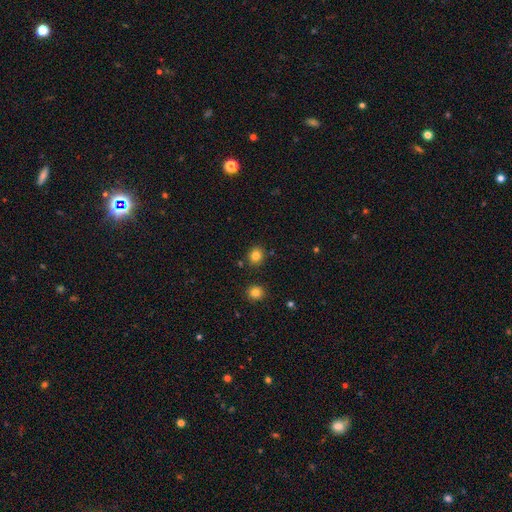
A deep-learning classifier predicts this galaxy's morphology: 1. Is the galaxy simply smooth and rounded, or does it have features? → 82% smooth, 12% star or artifact, 6% featured or disk.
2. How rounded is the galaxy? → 82% round, 17% in between, 1% cigar-shaped.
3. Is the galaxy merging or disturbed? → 87% none, 7% minor disturbance, 4% merger, 2% major disturbance.